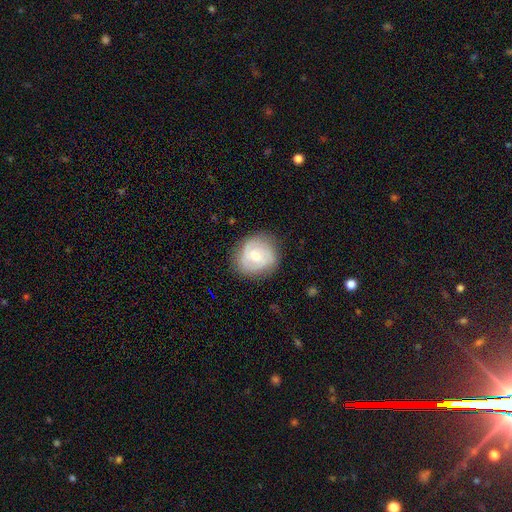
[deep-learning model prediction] Smooth or featured: featured or disk — 55% (smooth — 38%)
Edge-on disk: no — 97% (yes — 3%)
Bar: no — 54% (weak — 37%)
Spiral arms: yes — 75% (no — 25%)
Bulge size: moderate — 60% (small — 35%)
Merging: none — 75% (minor disturbance — 18%)